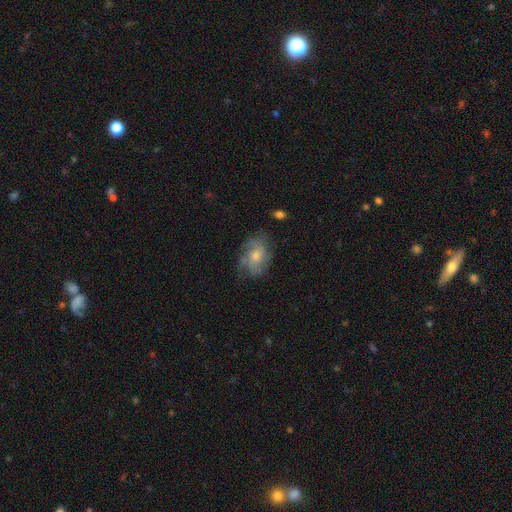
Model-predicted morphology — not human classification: featured or disk 59%, smooth 31%, star or artifact 10%. Down the decision tree: edge-on disk — no (96%); bar — no (78%); spiral arms — yes (81%); bulge size — moderate (62%); merging — none (69%).